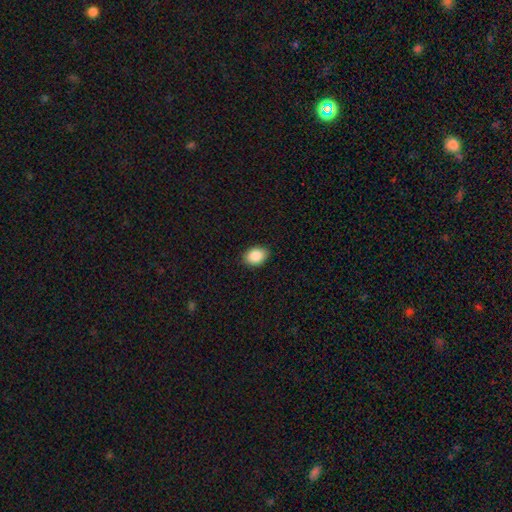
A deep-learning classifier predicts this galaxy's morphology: Overall: smooth (89%). How rounded: in between (75%). Merging: none (88%).